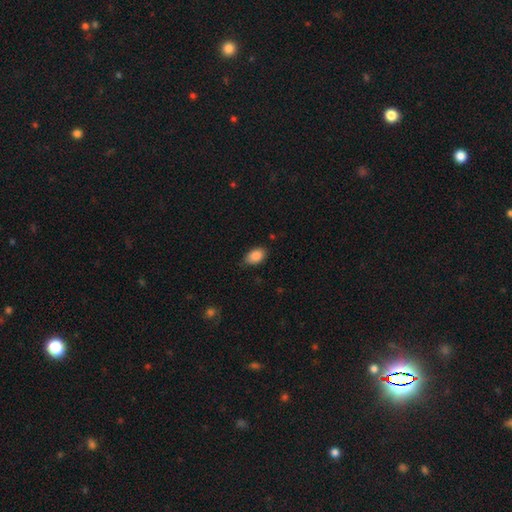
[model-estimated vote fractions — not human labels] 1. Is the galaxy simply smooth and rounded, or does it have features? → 87% smooth, 8% star or artifact, 6% featured or disk.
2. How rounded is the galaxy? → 89% in between, 9% round, 1% cigar-shaped.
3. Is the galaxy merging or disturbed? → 78% none, 18% minor disturbance, 3% major disturbance, 1% merger.